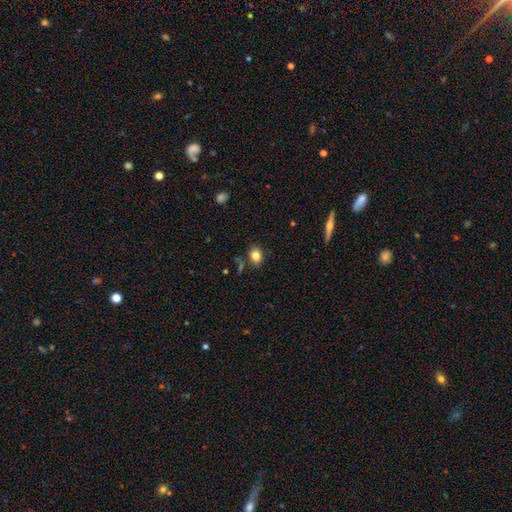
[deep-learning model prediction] Smooth or featured? Predicted: smooth (p=0.82). How rounded? Predicted: in between (p=0.57). Merging? Predicted: none (p=0.80).